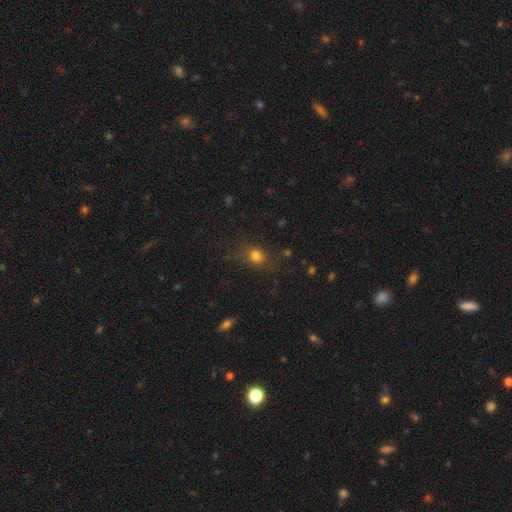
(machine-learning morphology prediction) This appears to be a smooth galaxy with no disk features (77%) that is round (58%). Merging: none (78%).